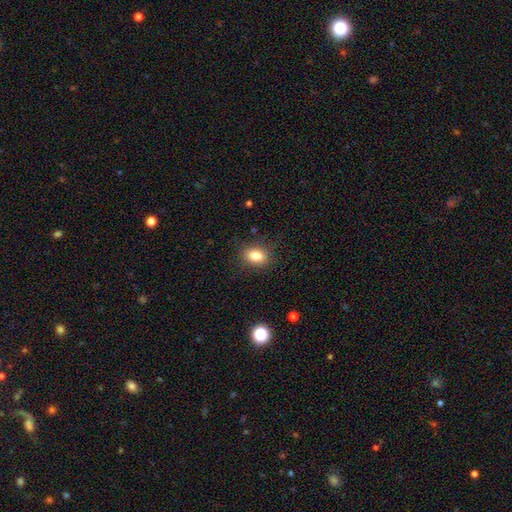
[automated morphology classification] type=smooth (84%); roundness=in between (77%); merging=none (85%).